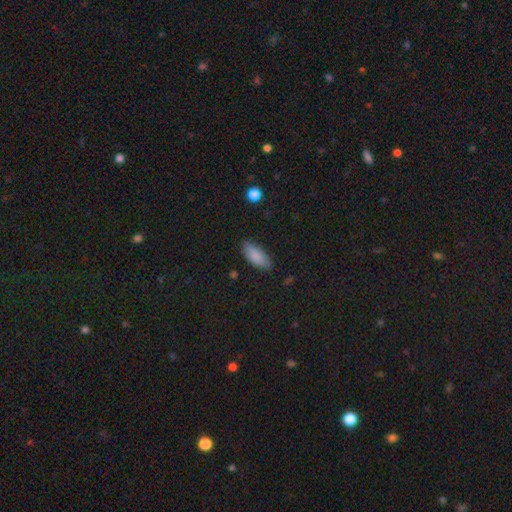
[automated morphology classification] This is clearly a smooth galaxy (86%). How rounded: clearly in between (85%). Merging: clearly none (82%).